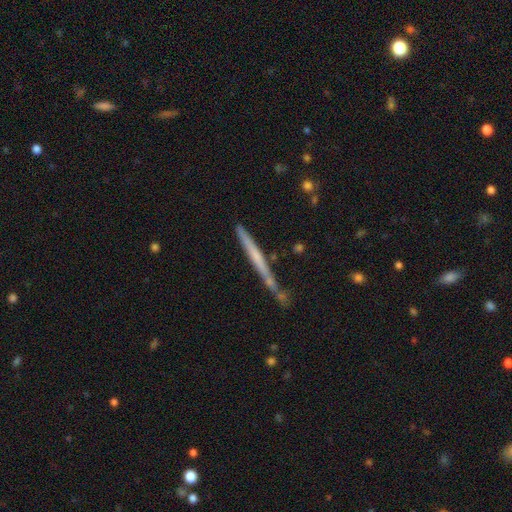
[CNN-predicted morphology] type=featured or disk (51%); edge-on=yes (95%); merging=none (70%).